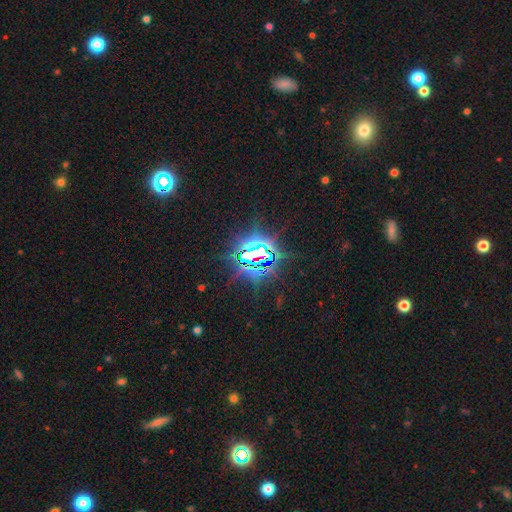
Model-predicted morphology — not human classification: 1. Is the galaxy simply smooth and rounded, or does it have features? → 85% star or artifact, 8% featured or disk, 7% smooth.